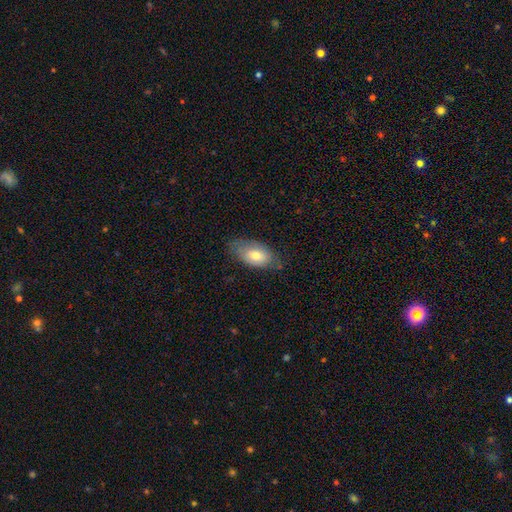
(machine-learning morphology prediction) Smooth or featured? smooth (71%)
How rounded? in between (93%)
Merging? none (66%)